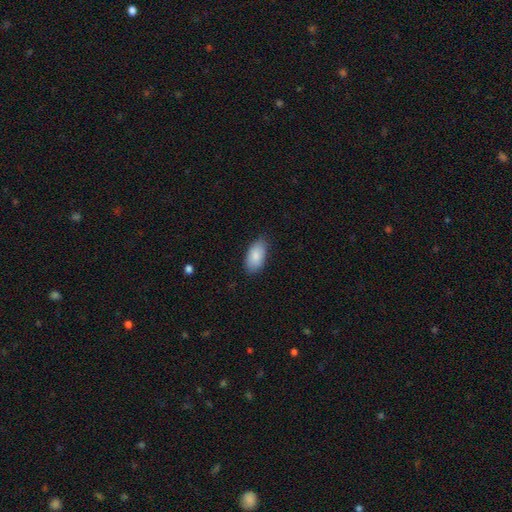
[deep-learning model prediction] This is clearly a smooth galaxy (87%). How rounded: clearly in between (95%). Merging: clearly none (80%).